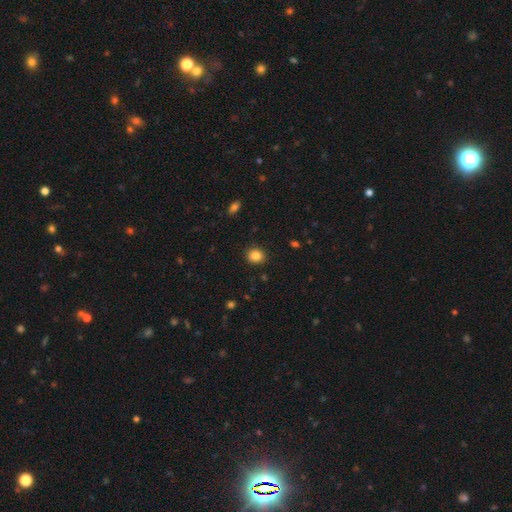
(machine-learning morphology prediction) Smooth or featured: smooth — 84% (star or artifact — 10%)
How rounded: round — 79% (in between — 20%)
Merging: none — 90% (minor disturbance — 7%)